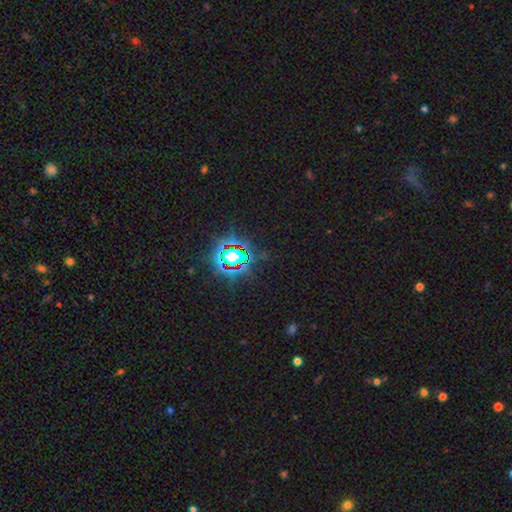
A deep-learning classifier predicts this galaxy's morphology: The model was most divided on "smooth or featured": star or artifact: 80%, smooth: 12%, featured or disk: 8%.